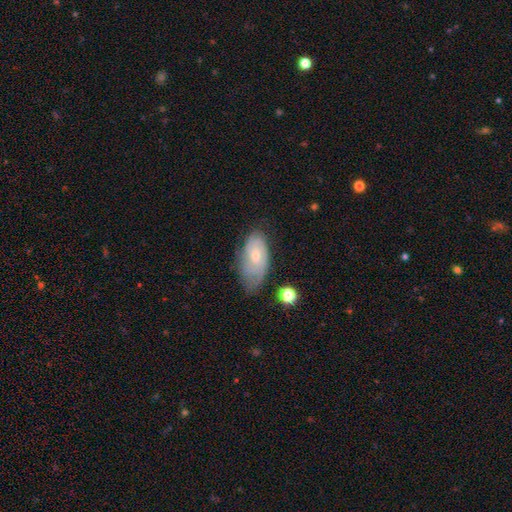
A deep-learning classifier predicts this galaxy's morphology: The model was most divided on "smooth or featured": featured or disk: 52%, smooth: 41%, star or artifact: 7%. More confident: edge-on disk — no (92%); merging — none (51%).